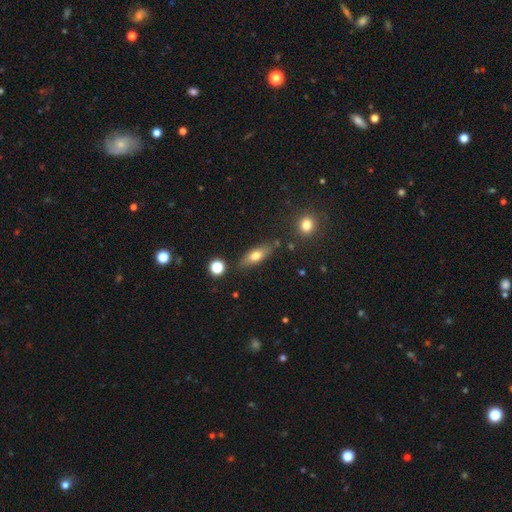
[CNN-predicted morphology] The model was most divided on "how rounded": in between: 64%, cigar-shaped: 32%, round: 5%. More confident: merging — none (78%); smooth or featured — smooth (68%).